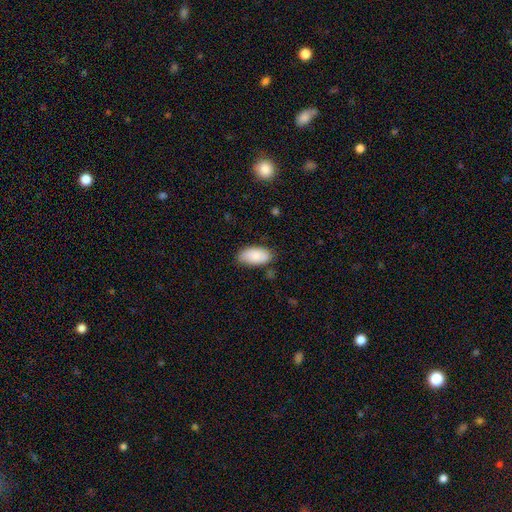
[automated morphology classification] Smooth or featured? smooth (87%)
How rounded? in between (94%)
Merging? none (77%)